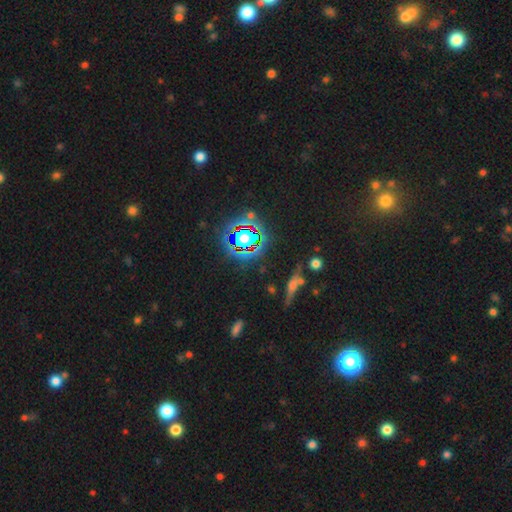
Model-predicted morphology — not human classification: Q: Smooth or featured?
A: star or artifact (79%); runner-up: smooth (11%)